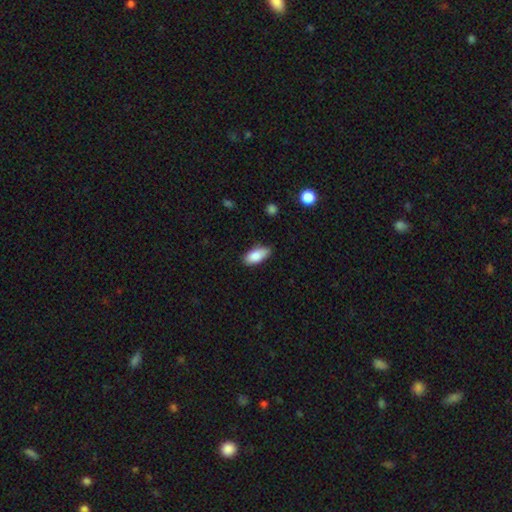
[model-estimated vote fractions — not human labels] smooth-or-featured: smooth: 85% | featured or disk: 8% | star or artifact: 7%
  how-rounded: in between: 86% | cigar-shaped: 11% | round: 2%
  merging: none: 76% | minor disturbance: 20% | major disturbance: 3% | merger: 1%